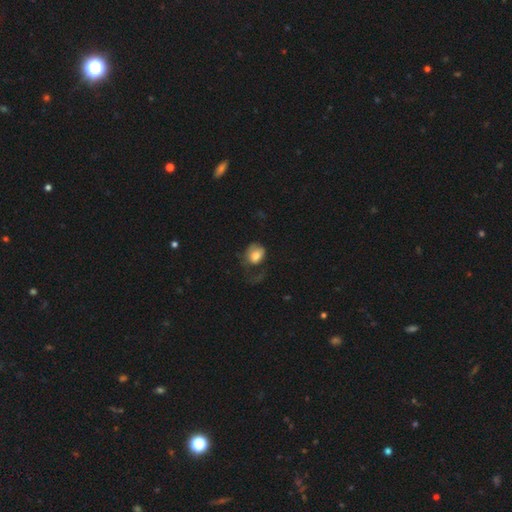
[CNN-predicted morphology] smooth_or_featured: smooth (p=0.72) [alt: featured or disk p=0.20]
how_rounded: in between (p=0.54) [alt: round p=0.44]
merging: major disturbance (p=0.47) [alt: none p=0.28]